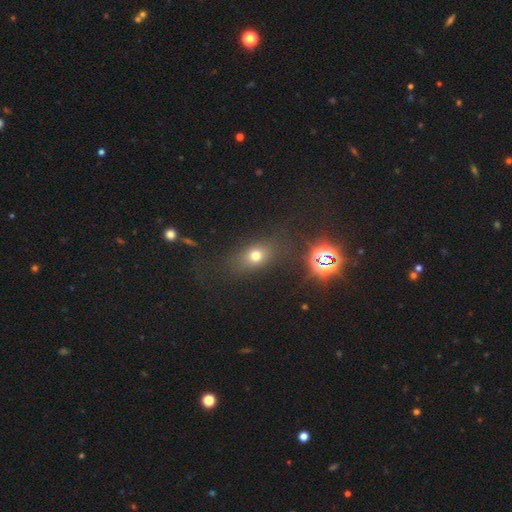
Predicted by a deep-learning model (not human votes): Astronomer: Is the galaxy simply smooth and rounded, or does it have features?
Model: smooth — 66%.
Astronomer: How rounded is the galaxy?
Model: in between — 59% (runner-up: round, 38%).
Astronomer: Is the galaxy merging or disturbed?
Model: none — 78%.